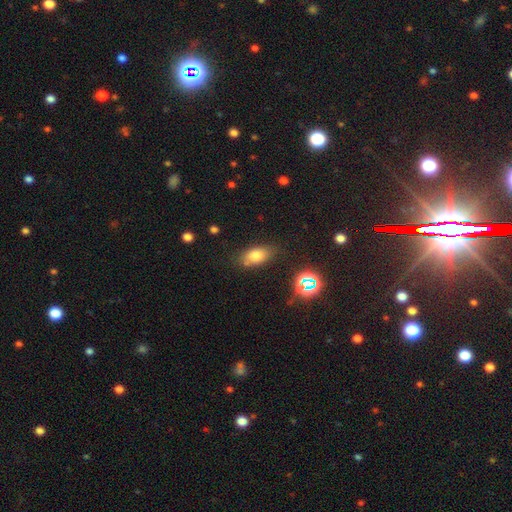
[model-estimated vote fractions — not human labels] Smooth or featured: smooth — 75% (star or artifact — 13%)
How rounded: in between — 85% (round — 9%)
Merging: none — 73% (minor disturbance — 18%)